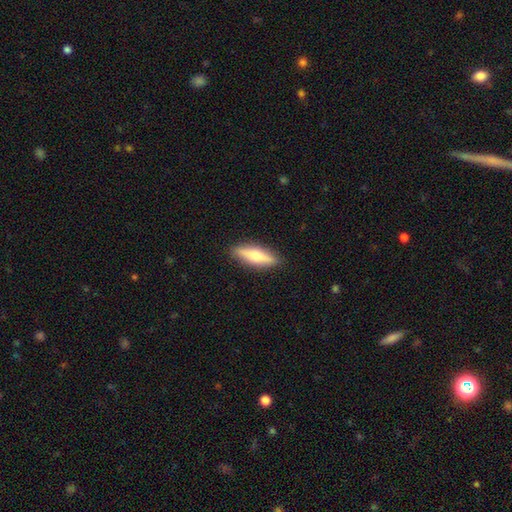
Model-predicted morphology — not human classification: A smooth galaxy with no disk features (56%) that is cigar-shaped (66%). Merging: none (89%).